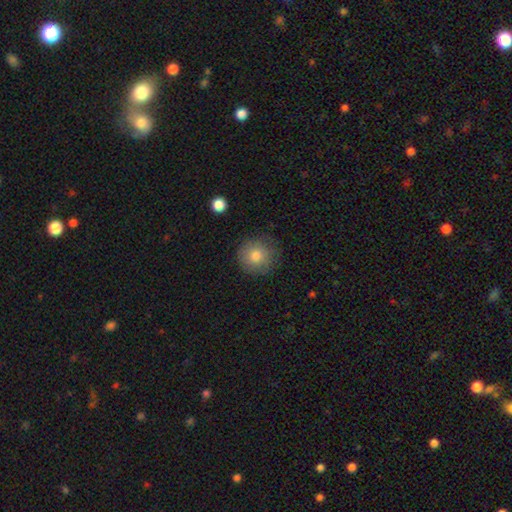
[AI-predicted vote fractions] A smooth galaxy with no disk features (80%) that is round (93%). Merging: none (83%).